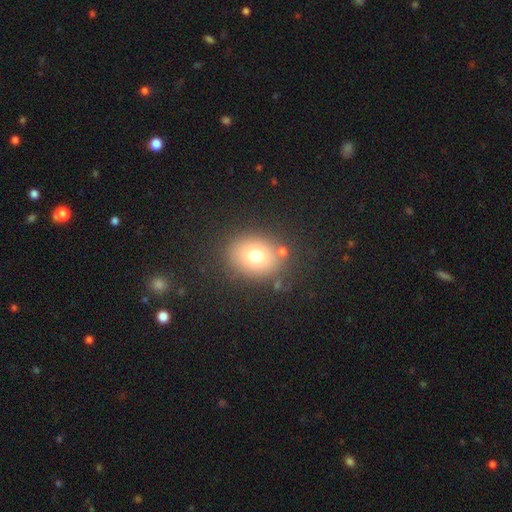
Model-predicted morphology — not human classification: Smooth or featured?
  - smooth: 72% *
  - star or artifact: 14%
  - featured or disk: 13%
How rounded?
  - round: 56% *
  - in between: 43%
  - cigar-shaped: 1%
Merging?
  - none: 79% *
  - minor disturbance: 11%
  - merger: 6%
  - major disturbance: 5%